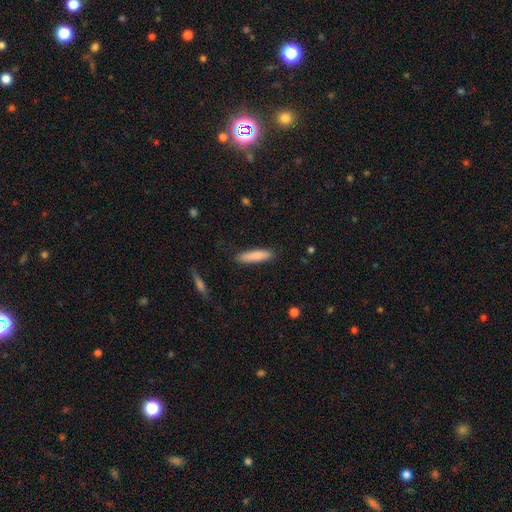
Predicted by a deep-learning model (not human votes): Smooth or featured?
  - smooth: 85% *
  - featured or disk: 9%
  - star or artifact: 6%
How rounded?
  - cigar-shaped: 76% *
  - in between: 23%
  - round: 1%
Merging?
  - none: 86% *
  - minor disturbance: 10%
  - major disturbance: 2%
  - merger: 1%